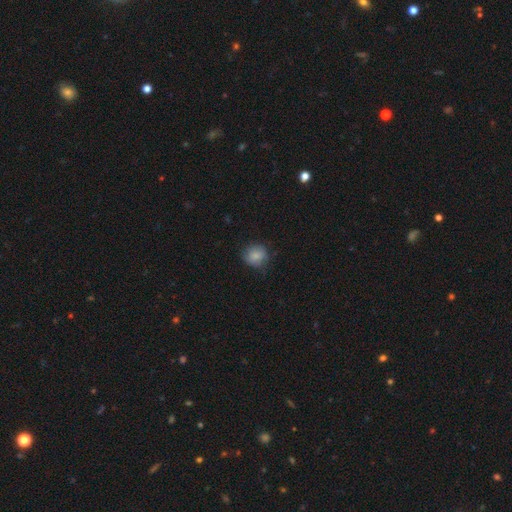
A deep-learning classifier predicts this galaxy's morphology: The model was most divided on "merging": none: 75%, minor disturbance: 19%, major disturbance: 5%, merger: 1%. More confident: smooth or featured — smooth (83%); how rounded — round (81%).